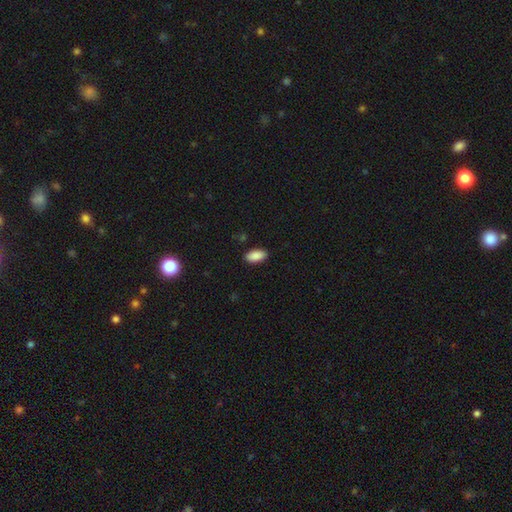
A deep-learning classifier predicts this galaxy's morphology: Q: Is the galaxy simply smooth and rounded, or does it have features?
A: smooth — 89%.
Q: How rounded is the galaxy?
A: in between — 92%.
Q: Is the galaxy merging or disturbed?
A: none — 87%.